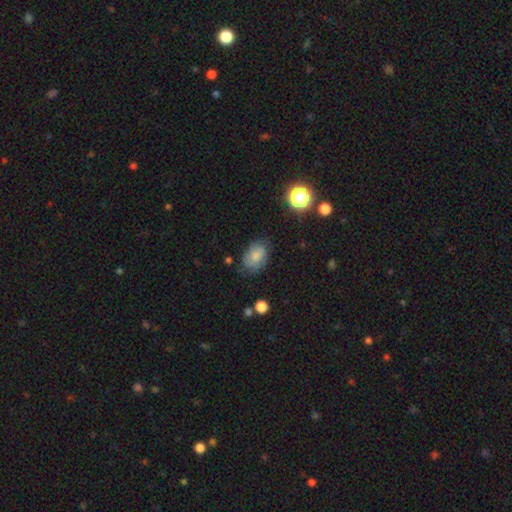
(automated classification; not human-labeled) Overall: smooth (73%). How rounded: in between (80%). Merging: none (68%).